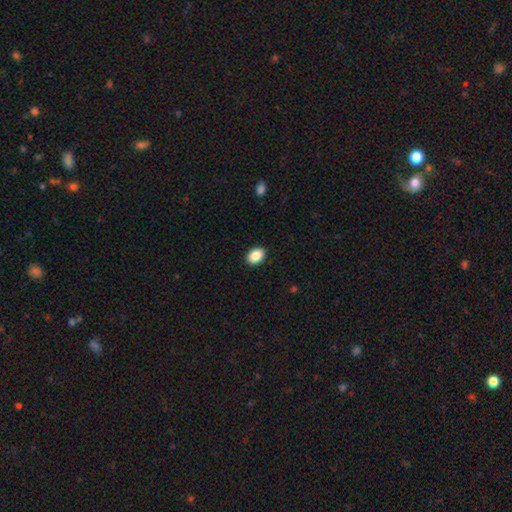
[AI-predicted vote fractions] smooth 89%, star or artifact 8%, featured or disk 4%. Down the decision tree: how rounded — in between (79%); merging — none (90%).